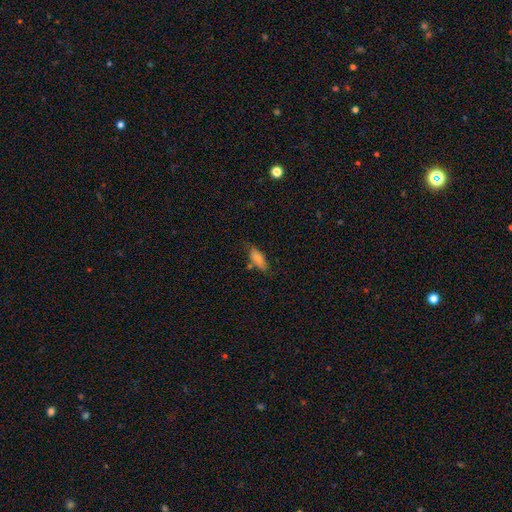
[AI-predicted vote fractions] Morphology: type=smooth (79%); roundness=in between (54%); merging=none (68%).